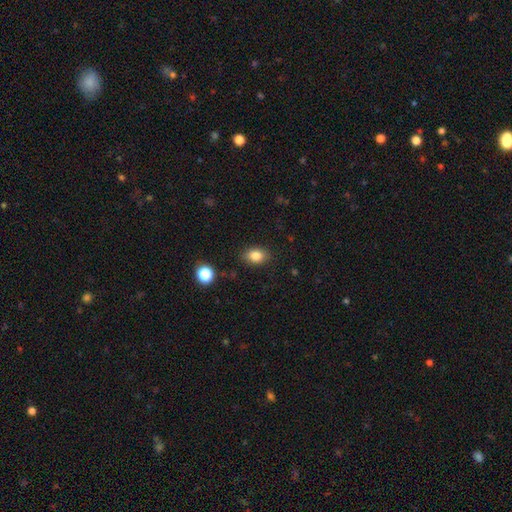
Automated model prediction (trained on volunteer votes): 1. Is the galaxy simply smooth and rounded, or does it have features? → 84% smooth, 10% star or artifact, 6% featured or disk.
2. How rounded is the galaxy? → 74% in between, 24% round, 1% cigar-shaped.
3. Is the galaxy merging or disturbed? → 86% none, 10% minor disturbance, 3% major disturbance, 2% merger.